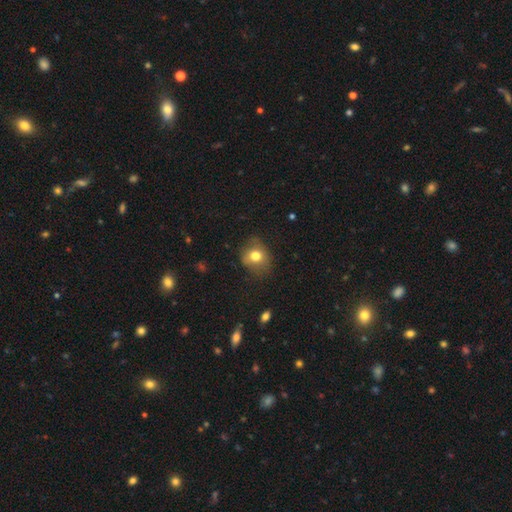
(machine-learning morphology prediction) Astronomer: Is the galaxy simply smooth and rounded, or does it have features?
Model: smooth — 74%.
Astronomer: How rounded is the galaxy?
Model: round — 63%.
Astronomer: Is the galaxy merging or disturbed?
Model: none — 65%.